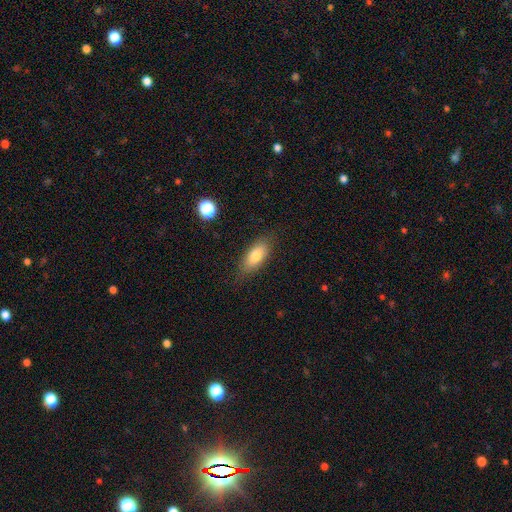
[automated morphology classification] Smooth or featured? smooth (77%)
How rounded? in between (81%)
Merging? none (81%)